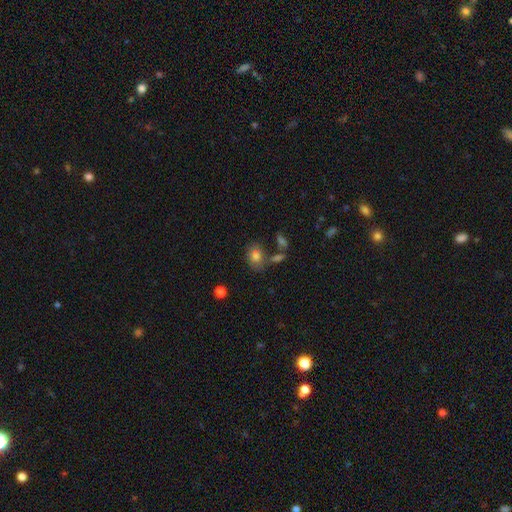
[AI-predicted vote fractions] smooth_or_featured: smooth (p=0.75) [alt: featured or disk p=0.15]
how_rounded: in between (p=0.61) [alt: round p=0.38]
merging: none (p=0.59) [alt: minor disturbance p=0.18]